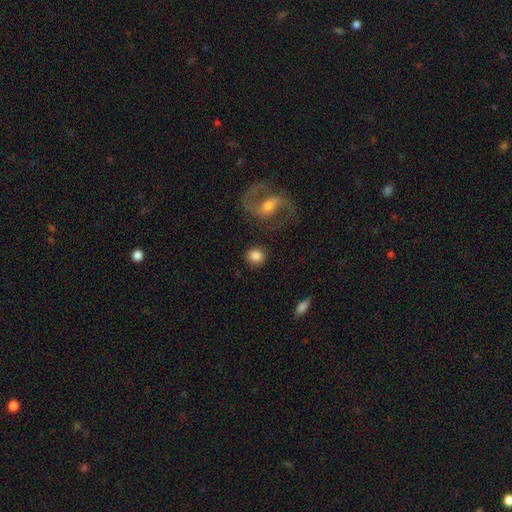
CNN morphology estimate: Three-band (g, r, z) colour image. It shows a smooth galaxy with no disk features (78%) that is round (85%). Merging: none (84%).